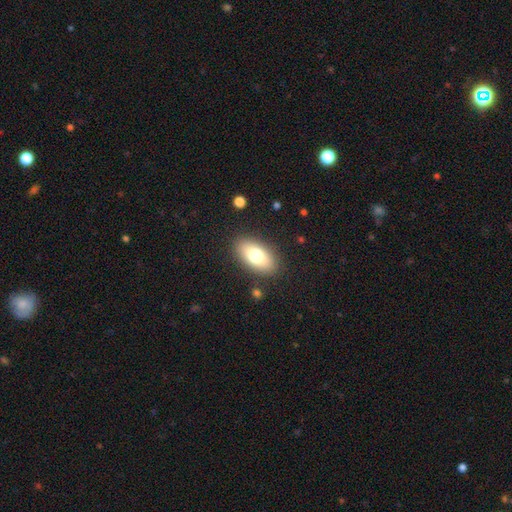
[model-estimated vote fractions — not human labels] A smooth galaxy with no disk features (74%) that is in between round and cigar-shaped (92%). Merging: none (86%).